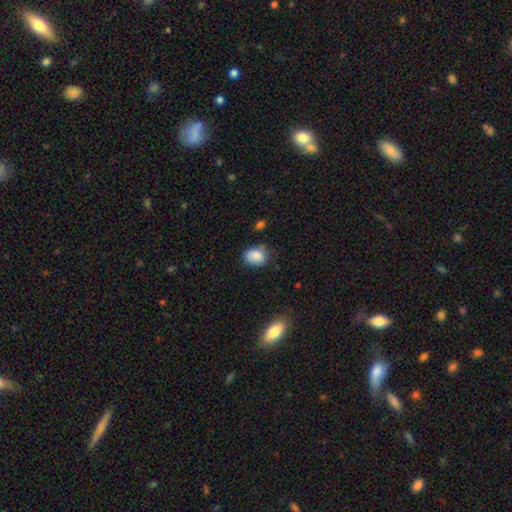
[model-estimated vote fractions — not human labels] The model was most divided on "how rounded": in between: 64%, round: 35%, cigar-shaped: 1%. More confident: smooth or featured — smooth (85%); merging — none (65%).